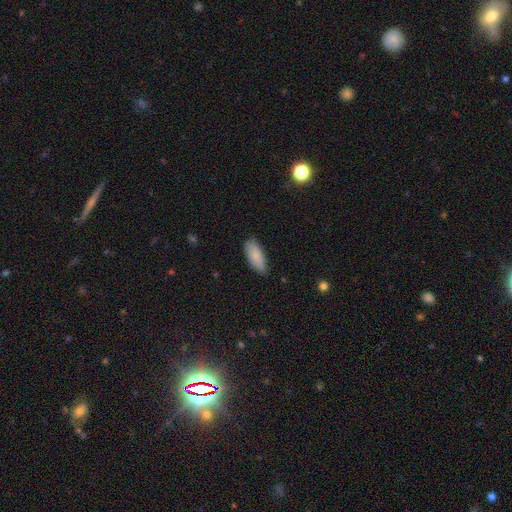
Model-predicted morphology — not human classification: Smooth or featured: smooth — 87% (featured or disk — 8%)
How rounded: in between — 82% (cigar-shaped — 16%)
Merging: none — 79% (minor disturbance — 18%)